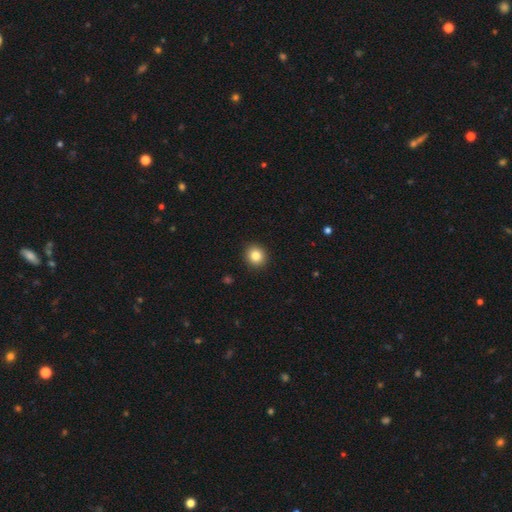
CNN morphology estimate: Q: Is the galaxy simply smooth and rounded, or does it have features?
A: smooth — 83%.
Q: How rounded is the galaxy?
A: round — 87%.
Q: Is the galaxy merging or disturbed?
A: none — 92%.